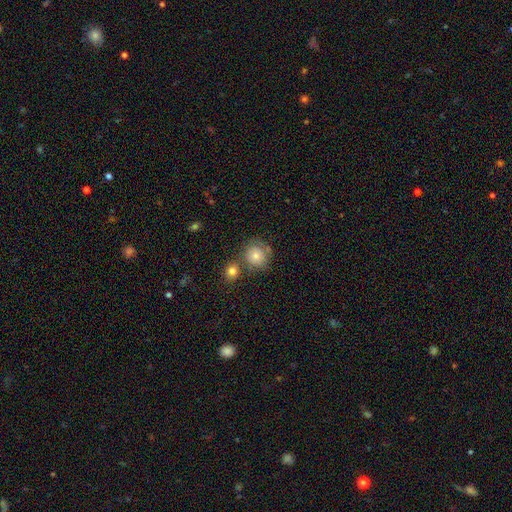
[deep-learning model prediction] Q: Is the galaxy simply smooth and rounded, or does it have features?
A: smooth — 71%.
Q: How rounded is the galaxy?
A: round — 86%.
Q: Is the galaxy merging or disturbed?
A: none — 63%.